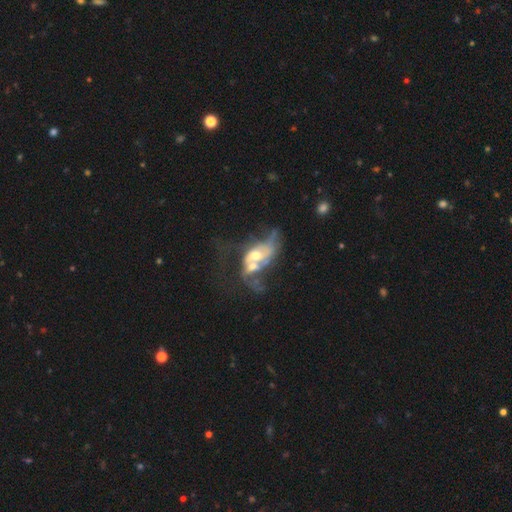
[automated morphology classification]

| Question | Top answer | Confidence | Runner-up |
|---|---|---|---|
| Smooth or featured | featured or disk | 67% | smooth (23%) |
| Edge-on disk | no | 95% | yes (5%) |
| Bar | no | 74% | weak (20%) |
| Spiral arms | yes | 50% | tied: no (50%) |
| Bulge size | moderate | 64% | small (20%) |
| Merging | merger | 56% | major disturbance (24%) |